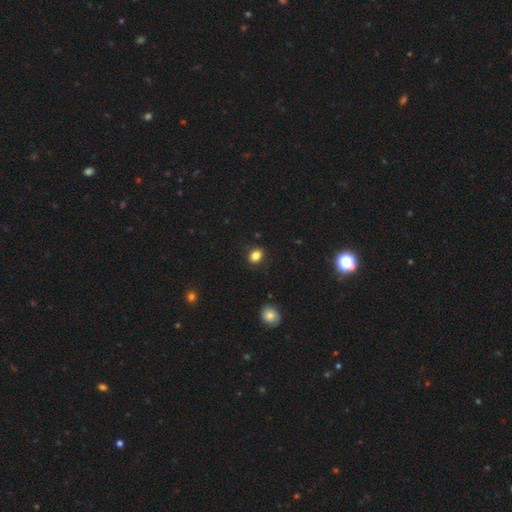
A smooth galaxy with no disk features (92%) that is in between round and cigar-shaped (63%). Merging: none (89%).